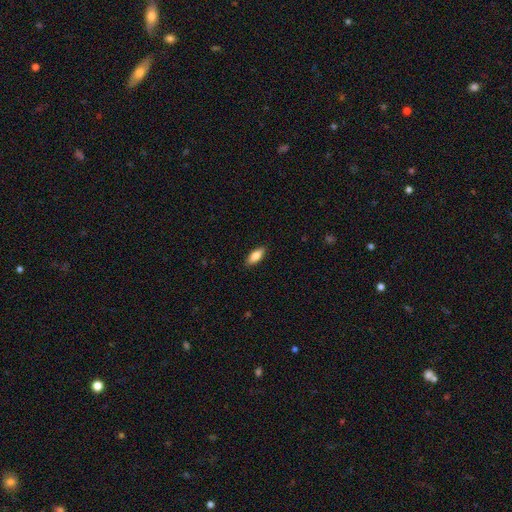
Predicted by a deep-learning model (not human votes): A smooth galaxy with no disk features (81%) that is in between round and cigar-shaped (77%).

Vote fractions:
- Smooth or featured? smooth: 81% / featured or disk: 13% / star or artifact: 6%
- How rounded? in between: 77% / cigar-shaped: 21% / round: 2%
- Merging? none: 88% / minor disturbance: 9% / major disturbance: 2% / merger: 1%